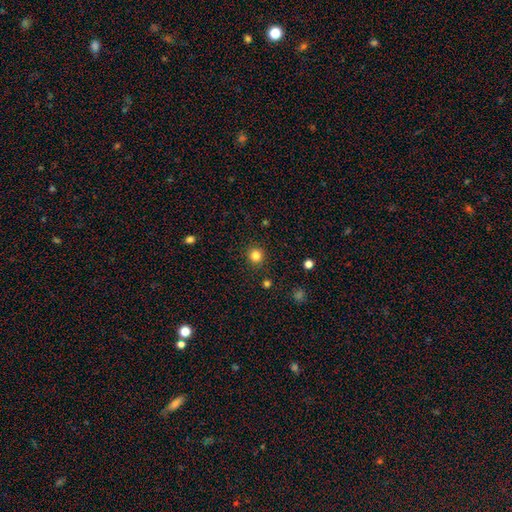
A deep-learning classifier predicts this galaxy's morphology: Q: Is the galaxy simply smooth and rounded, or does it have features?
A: smooth — 82%.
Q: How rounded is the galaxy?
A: round — 93%.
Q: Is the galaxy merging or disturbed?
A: none — 91%.